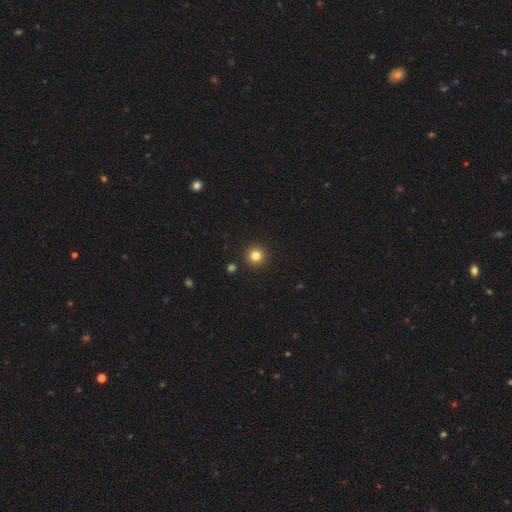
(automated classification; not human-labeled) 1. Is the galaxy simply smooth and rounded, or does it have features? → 82% smooth, 12% star or artifact, 6% featured or disk.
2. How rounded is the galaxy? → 95% round, 4% in between, 1% cigar-shaped.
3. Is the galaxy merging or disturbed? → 91% none, 5% minor disturbance, 2% merger, 2% major disturbance.